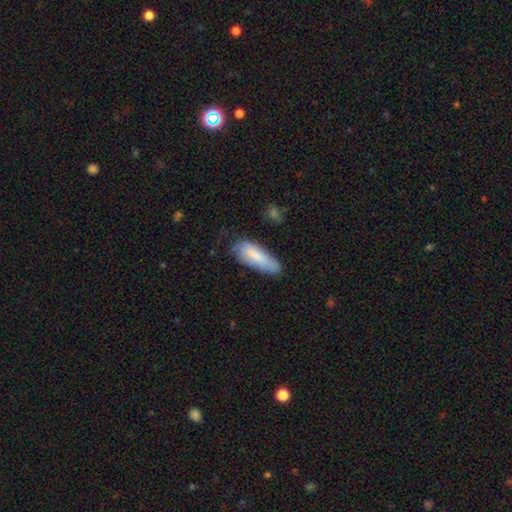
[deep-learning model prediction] Smooth or featured? Predicted: smooth (p=0.78). How rounded? Predicted: in between (p=0.60). Merging? Predicted: none (p=0.52).